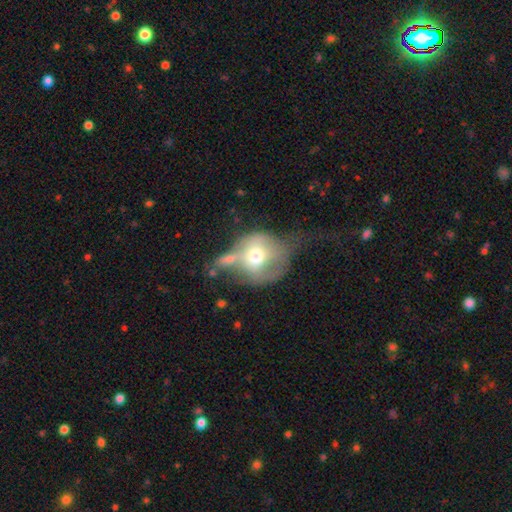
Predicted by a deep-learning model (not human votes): smooth-or-featured: smooth: 50% | featured or disk: 42% | star or artifact: 9%
  merging: major disturbance: 35% | merger: 24% | none: 22% | minor disturbance: 19%